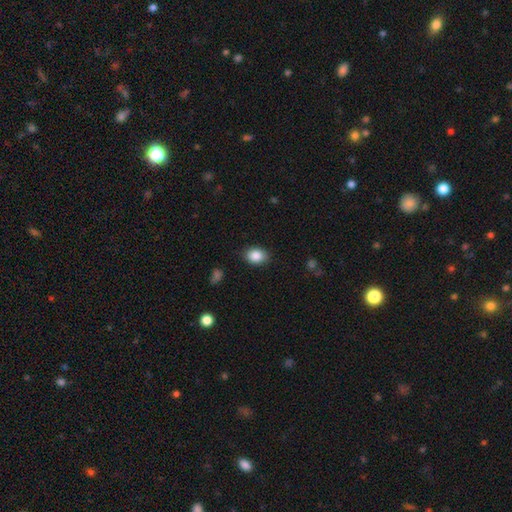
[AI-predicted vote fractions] Smooth or featured? Predicted: smooth (p=0.86). How rounded? Predicted: in between (p=0.68). Merging? Predicted: none (p=0.85).